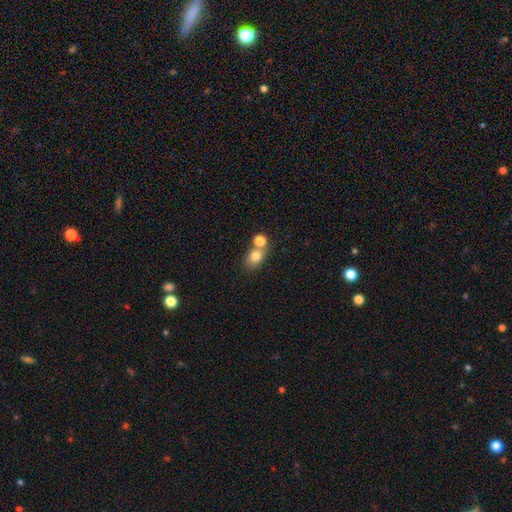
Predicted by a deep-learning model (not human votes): A smooth galaxy with no disk features (79%) that is in between round and cigar-shaped (58%). Merging: none (48%).